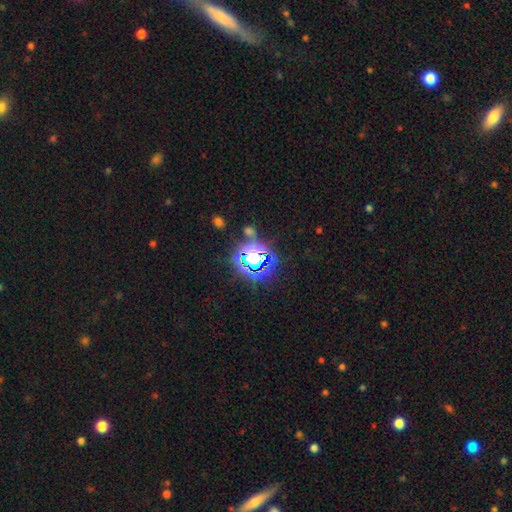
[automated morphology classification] Smooth or featured?
  - star or artifact: 77% *
  - smooth: 15%
  - featured or disk: 8%